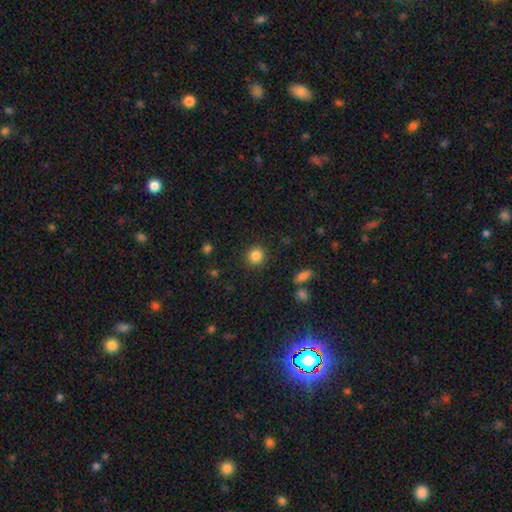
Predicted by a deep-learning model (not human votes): Overall: smooth (85%). How rounded: round (89%). Merging: none (90%).